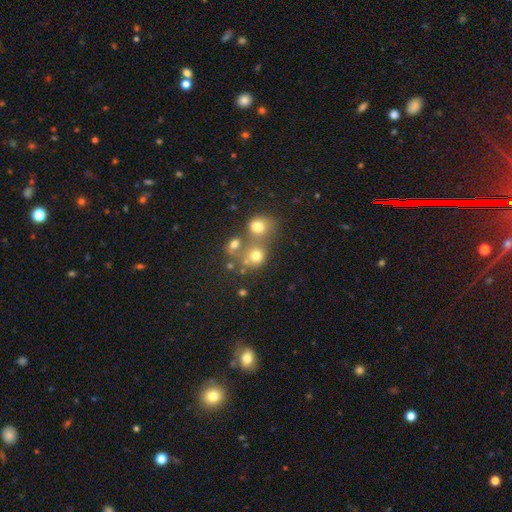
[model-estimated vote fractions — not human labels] smooth-or-featured: smooth: 72% | star or artifact: 15% | featured or disk: 13%
  how-rounded: round: 78% | in between: 20% | cigar-shaped: 1%
  merging: merger: 43% | none: 42% | minor disturbance: 9% | major disturbance: 6%